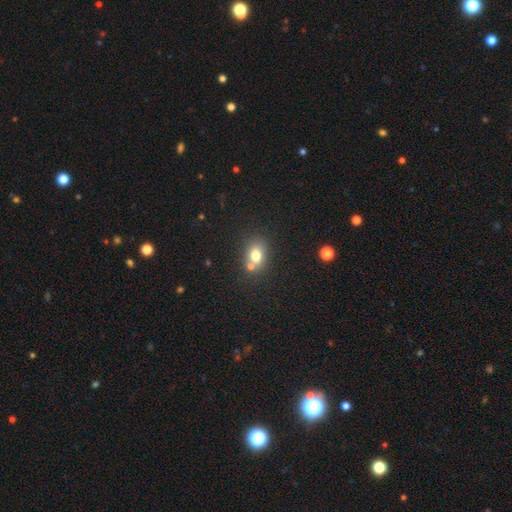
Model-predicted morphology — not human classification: Smooth or featured? Predicted: smooth (p=0.75). How rounded? Predicted: in between (p=0.59). Merging? Predicted: none (p=0.54).